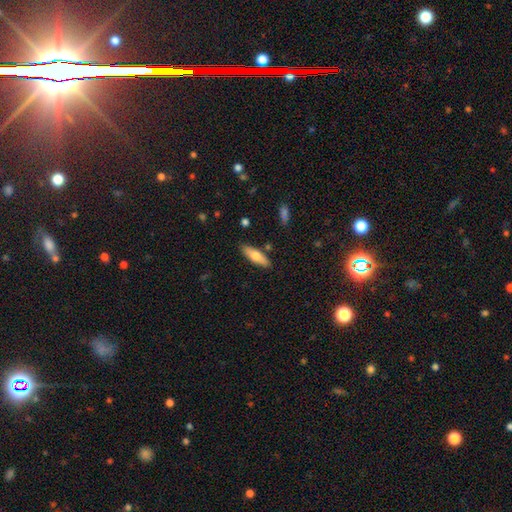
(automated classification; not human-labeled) A smooth galaxy with no disk features (69%) that is in between round and cigar-shaped (51%). Merging: none (85%).